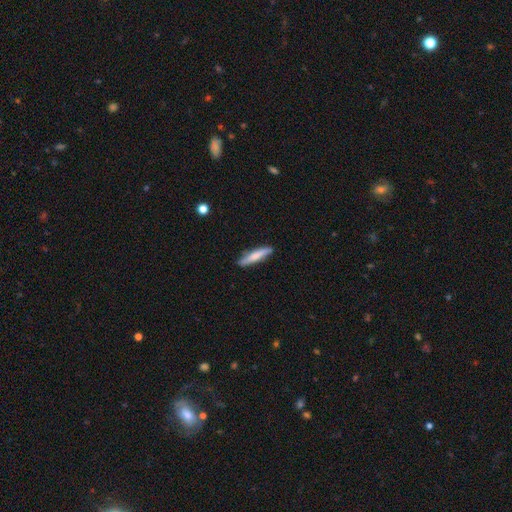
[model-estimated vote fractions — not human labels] Smooth or featured? smooth (70%)
How rounded? cigar-shaped (89%)
Merging? none (86%)